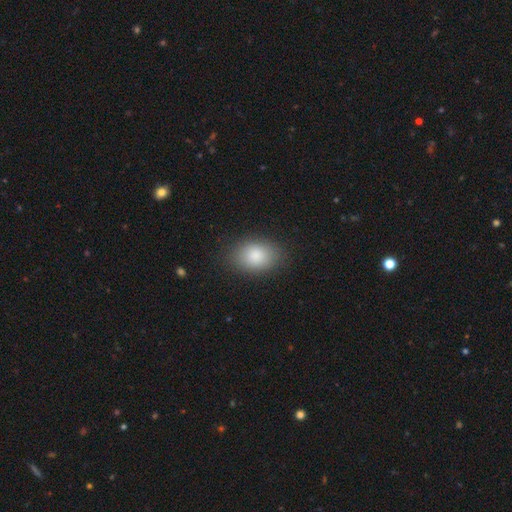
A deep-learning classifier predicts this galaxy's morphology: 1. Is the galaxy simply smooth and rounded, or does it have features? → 86% smooth, 8% star or artifact, 6% featured or disk.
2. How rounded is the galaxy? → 78% in between, 21% round, 1% cigar-shaped.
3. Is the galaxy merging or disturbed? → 84% none, 11% minor disturbance, 4% major disturbance, 1% merger.